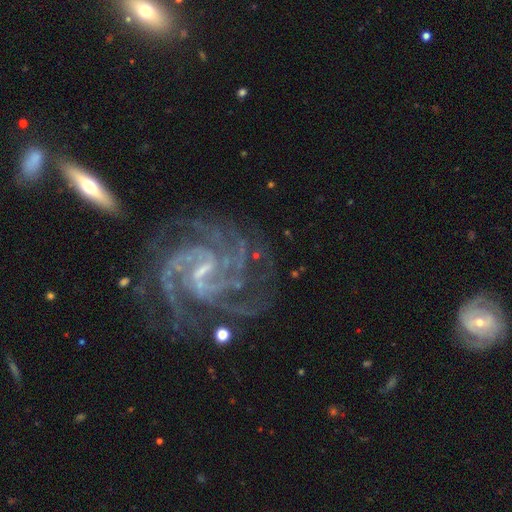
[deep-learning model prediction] Q: Smooth or featured?
A: featured or disk (91%); runner-up: star or artifact (6%)
Q: Edge-on disk?
A: no (98%); runner-up: yes (2%)
Q: Bar?
A: weak (53%); runner-up: strong (31%)
Q: Spiral arms?
A: yes (98%); runner-up: no (2%)
Q: Spiral winding?
A: tight (50%); runner-up: medium (43%)
Q: Spiral arm count?
A: 4 (24%); runner-up: 3 (23%)
Q: Bulge size?
A: small (56%); runner-up: none (24%)
Q: Merging?
A: none (69%); runner-up: minor disturbance (15%)